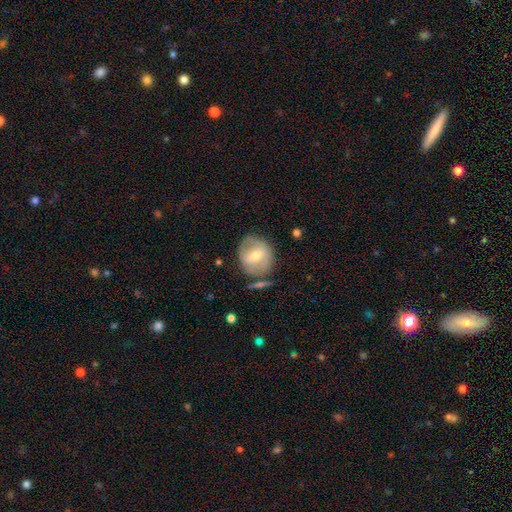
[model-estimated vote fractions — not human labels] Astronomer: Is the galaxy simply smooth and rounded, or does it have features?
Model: featured or disk — 47% (runner-up: smooth, 46%).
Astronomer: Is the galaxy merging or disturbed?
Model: none — 67%.